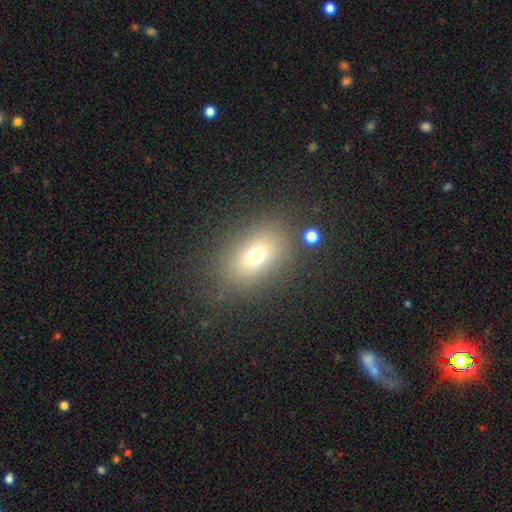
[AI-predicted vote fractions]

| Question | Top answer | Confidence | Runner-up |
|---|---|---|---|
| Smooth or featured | smooth | 70% | star or artifact (15%) |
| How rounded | in between | 72% | round (26%) |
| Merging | none | 81% | minor disturbance (10%) |